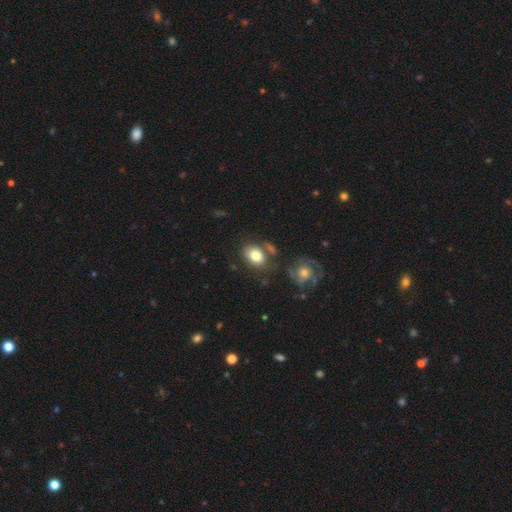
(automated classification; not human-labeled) smooth-or-featured: smooth: 78% | featured or disk: 15% | star or artifact: 7%
  how-rounded: in between: 71% | round: 28% | cigar-shaped: 1%
  merging: none: 61% | minor disturbance: 17% | merger: 16% | major disturbance: 6%